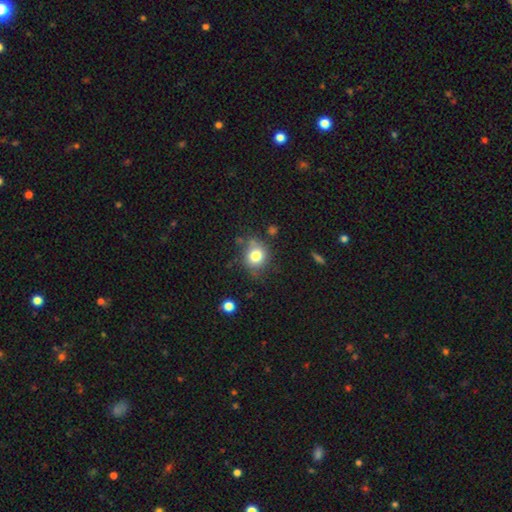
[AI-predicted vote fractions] Smooth or featured?
  - smooth: 78% *
  - star or artifact: 11%
  - featured or disk: 10%
How rounded?
  - round: 75% *
  - in between: 24%
  - cigar-shaped: 1%
Merging?
  - none: 71% *
  - minor disturbance: 18%
  - major disturbance: 5%
  - merger: 5%